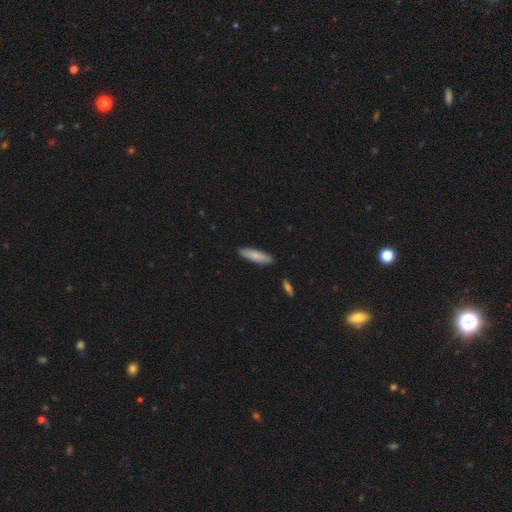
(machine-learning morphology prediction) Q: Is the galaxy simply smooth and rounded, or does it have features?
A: smooth — 83%.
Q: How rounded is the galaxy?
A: cigar-shaped — 68%.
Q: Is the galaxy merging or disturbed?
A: none — 88%.